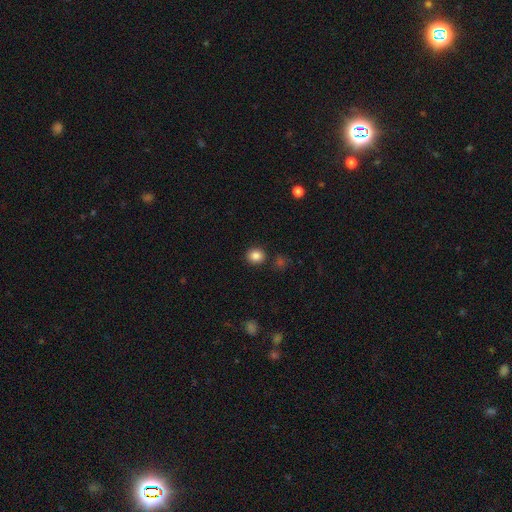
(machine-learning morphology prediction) This appears to be a smooth galaxy with no disk features (86%) that is round (79%). Merging: none (86%).